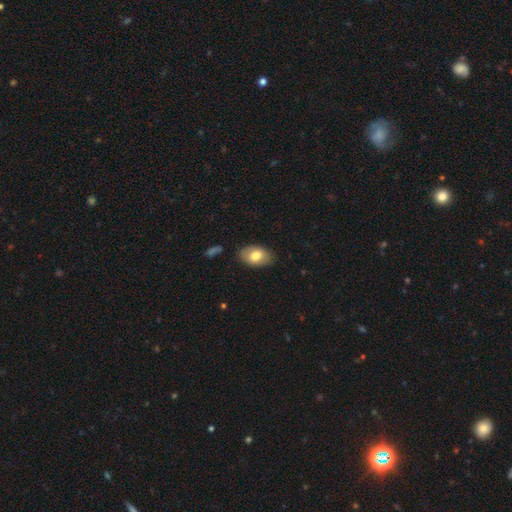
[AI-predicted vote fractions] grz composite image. It shows a smooth galaxy with no disk features (76%) that is in between round and cigar-shaped (90%). Merging: none (82%).